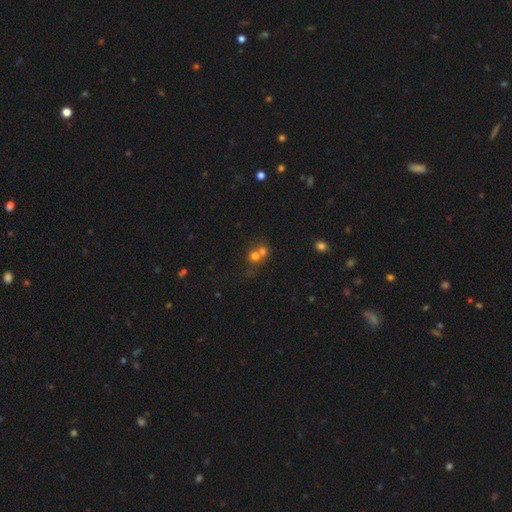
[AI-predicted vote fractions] Smooth or featured? Predicted: smooth (p=0.66). How rounded? Predicted: round (p=0.83). Merging? Predicted: merger (p=0.59).